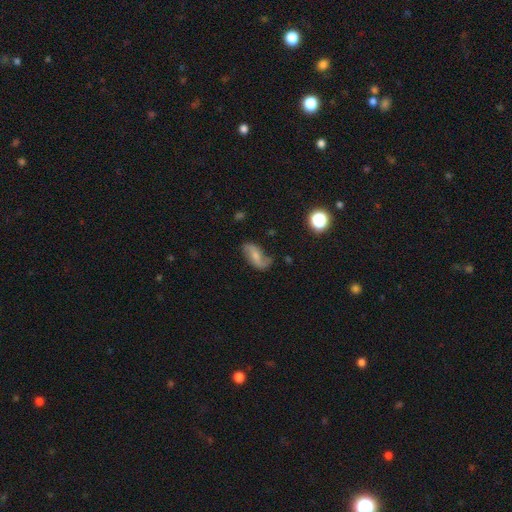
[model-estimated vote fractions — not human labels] Overall: featured or disk (62%; smooth 30%). Edge-on disk: no (94%). Bar: weak (43%; no 33%). Spiral arms: yes (88%). Spiral arm count: 2 (84%). Spiral winding: loose (71%). Bulge size: small (46%; moderate 34%). Merging: none (63%; minor disturbance 24%).